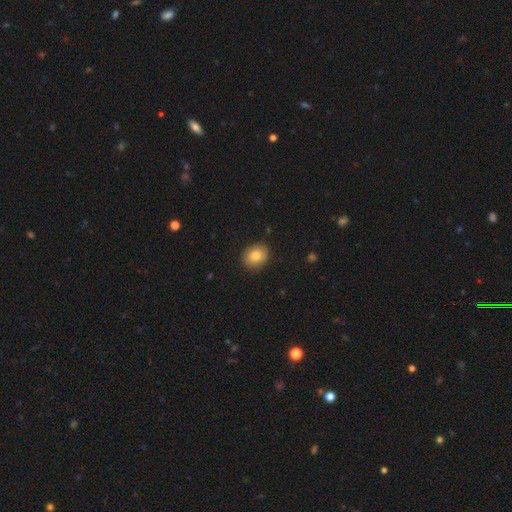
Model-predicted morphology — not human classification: Smooth or featured?
  - smooth: 82% *
  - featured or disk: 9%
  - star or artifact: 9%
How rounded?
  - round: 57% *
  - in between: 42%
  - cigar-shaped: 1%
Merging?
  - none: 88% *
  - minor disturbance: 9%
  - major disturbance: 2%
  - merger: 1%